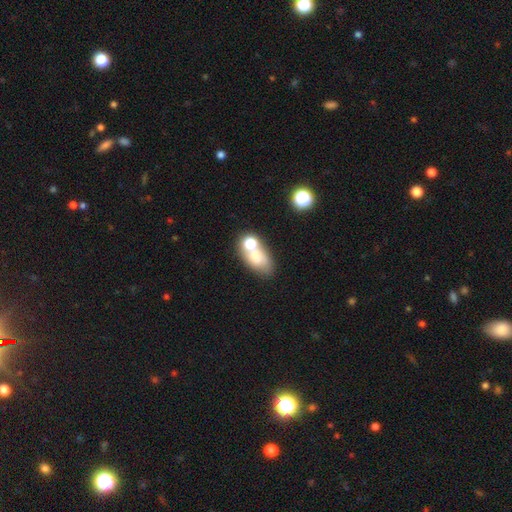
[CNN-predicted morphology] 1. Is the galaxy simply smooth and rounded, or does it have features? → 67% smooth, 20% featured or disk, 13% star or artifact.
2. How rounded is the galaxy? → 79% in between, 18% round, 4% cigar-shaped.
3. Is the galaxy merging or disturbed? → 40% none, 39% merger, 14% minor disturbance, 8% major disturbance.